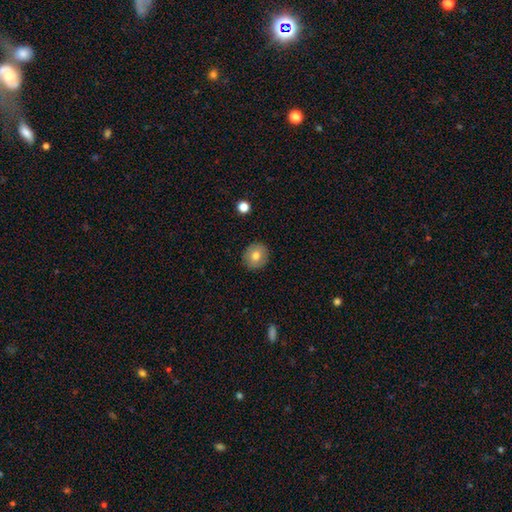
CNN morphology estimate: smooth-or-featured: smooth: 75% | featured or disk: 17% | star or artifact: 9%
  how-rounded: round: 82% | in between: 17% | cigar-shaped: 1%
  merging: none: 89% | minor disturbance: 8% | major disturbance: 2% | merger: 1%